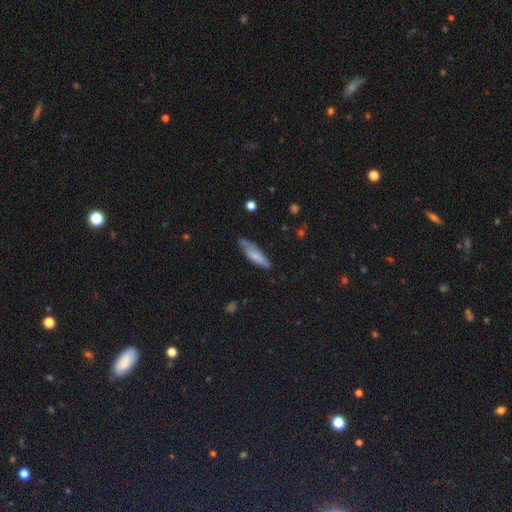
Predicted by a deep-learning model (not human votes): A smooth galaxy with no disk features (70%) that is cigar-shaped (66%). Merging: none (64%).